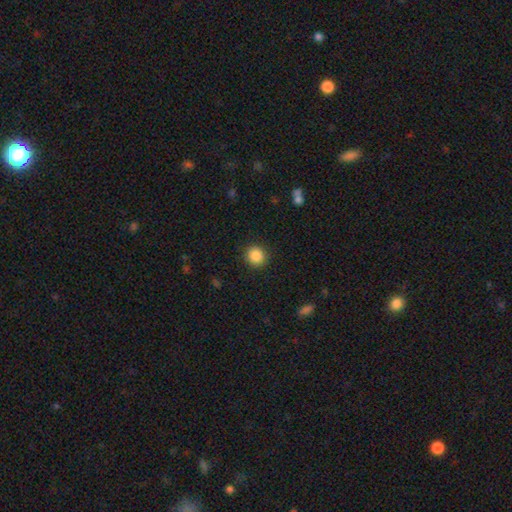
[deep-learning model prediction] smooth_or_featured: smooth (p=0.87) [alt: star or artifact p=0.09]
how_rounded: round (p=0.88) [alt: in between p=0.11]
merging: none (p=0.91) [alt: minor disturbance p=0.06]